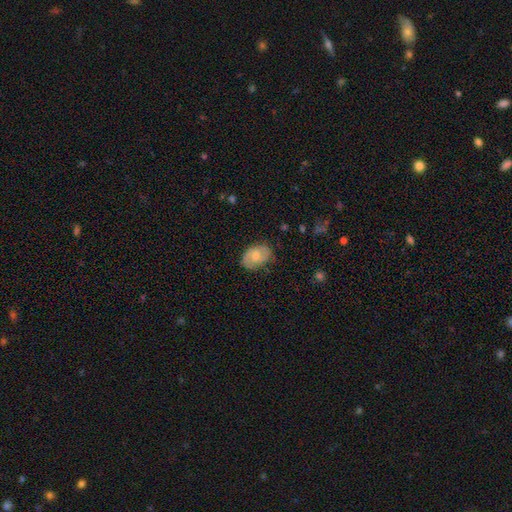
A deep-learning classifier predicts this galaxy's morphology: smooth-or-featured: featured or disk: 54% | smooth: 39% | star or artifact: 7%
  disk-edge-on: no: 96% | yes: 4%
    bar: no: 55% | weak: 39% | strong: 6%
    has-spiral-arms: yes: 82% | no: 18%
    bulge-size: moderate: 52% | small: 35% | none: 7% | large: 5% | dominant: 1%
  merging: none: 76% | minor disturbance: 18% | major disturbance: 5% | merger: 1%